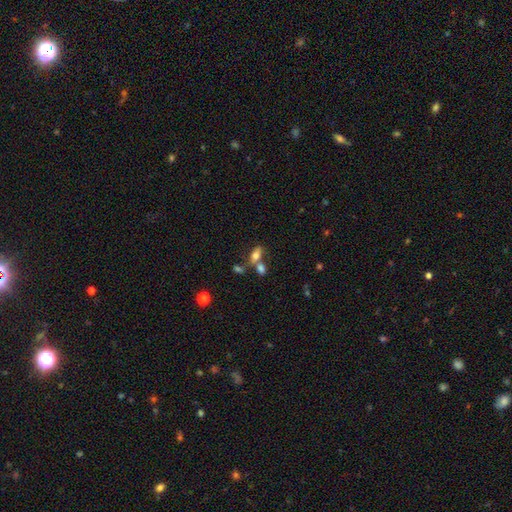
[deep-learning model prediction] smooth-or-featured: smooth: 72% | featured or disk: 17% | star or artifact: 11%
  how-rounded: in between: 83% | cigar-shaped: 10% | round: 7%
  merging: none: 47% | merger: 35% | minor disturbance: 12% | major disturbance: 6%